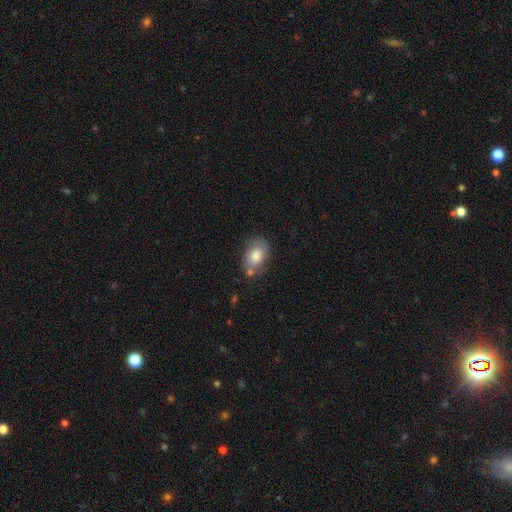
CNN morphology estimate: This appears to be a smooth galaxy with no disk features (73%) that is in between round and cigar-shaped (85%). Merging: none (62%).